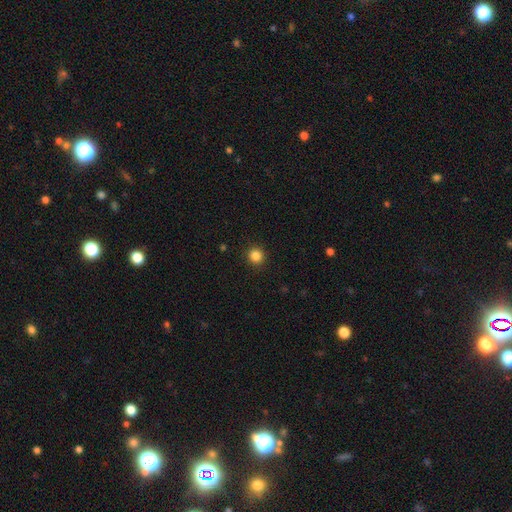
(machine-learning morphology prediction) smooth_or_featured: smooth (p=0.85) [alt: star or artifact p=0.12]
how_rounded: round (p=0.93) [alt: in between p=0.06]
merging: none (p=0.92) [alt: minor disturbance p=0.05]